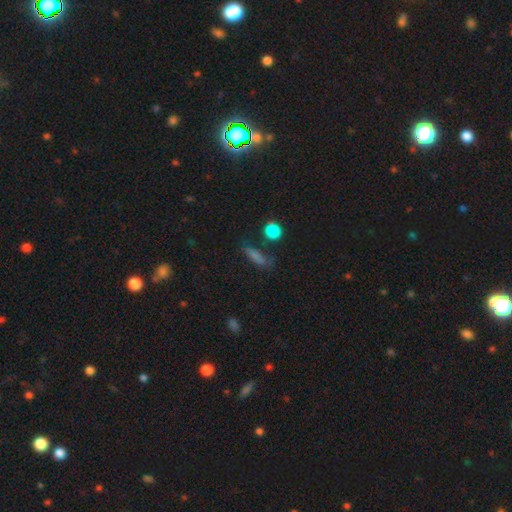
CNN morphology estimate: Smooth or featured: smooth — 60% (star or artifact — 24%)
How rounded: cigar-shaped — 53% (in between — 33%)
Merging: none — 65% (minor disturbance — 18%)